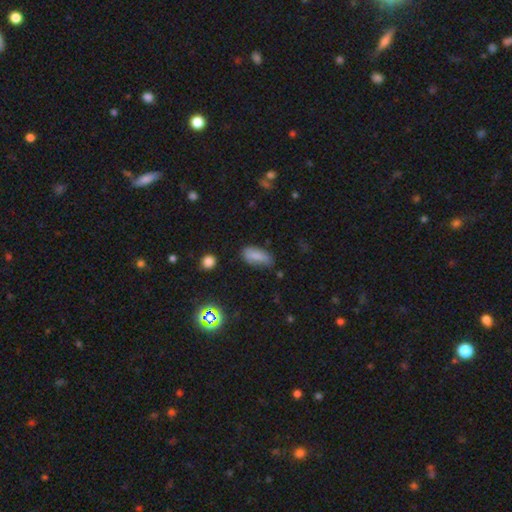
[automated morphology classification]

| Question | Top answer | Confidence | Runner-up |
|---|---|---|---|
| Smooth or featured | smooth | 77% | featured or disk (14%) |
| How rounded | in between | 86% | cigar-shaped (11%) |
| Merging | none | 58% | minor disturbance (31%) |